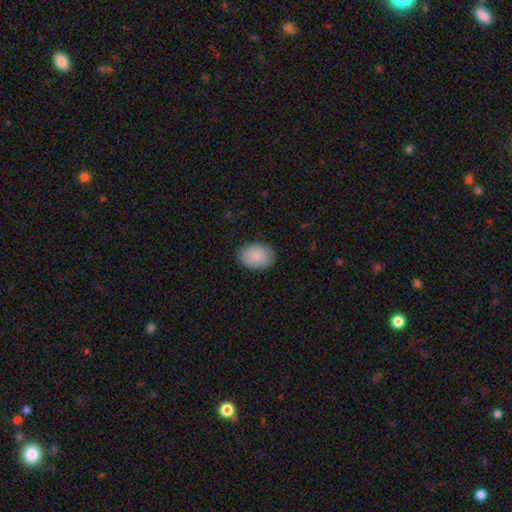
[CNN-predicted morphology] smooth-or-featured: smooth: 89% | star or artifact: 6% | featured or disk: 5%
  how-rounded: in between: 79% | round: 20% | cigar-shaped: 1%
  merging: none: 86% | minor disturbance: 10% | major disturbance: 2% | merger: 1%